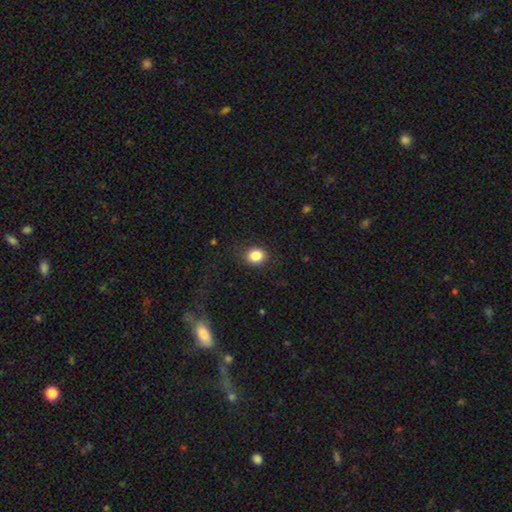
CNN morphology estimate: This is clearly a smooth galaxy (85%). How rounded: likely round (68%). Merging: clearly none (85%).